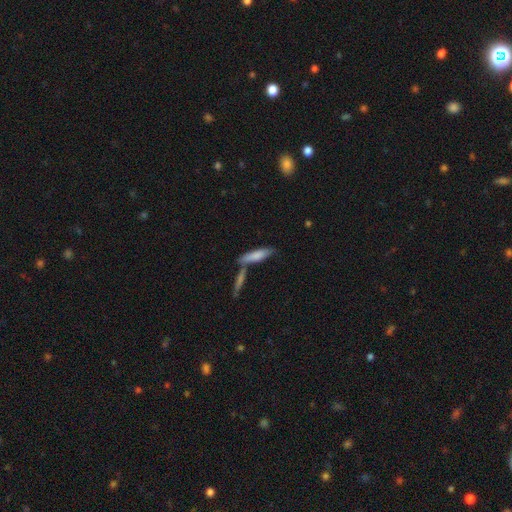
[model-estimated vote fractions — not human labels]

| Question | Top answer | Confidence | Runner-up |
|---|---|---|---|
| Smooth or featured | smooth | 75% | featured or disk (19%) |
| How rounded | cigar-shaped | 67% | in between (31%) |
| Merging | none | 54% | merger (30%) |